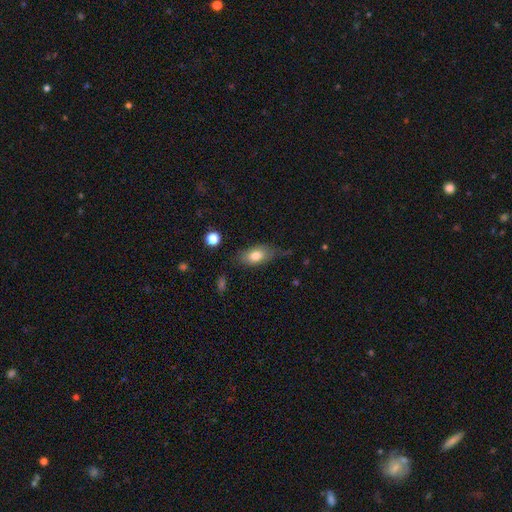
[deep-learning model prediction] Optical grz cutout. It shows a smooth galaxy with no disk features (78%) that is in between round and cigar-shaped (88%). Merging: none (67%).